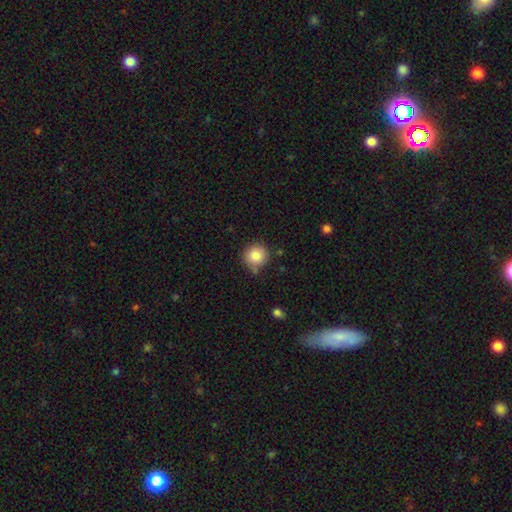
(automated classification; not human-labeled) Smooth or featured? smooth (83%)
How rounded? round (93%)
Merging? none (77%)